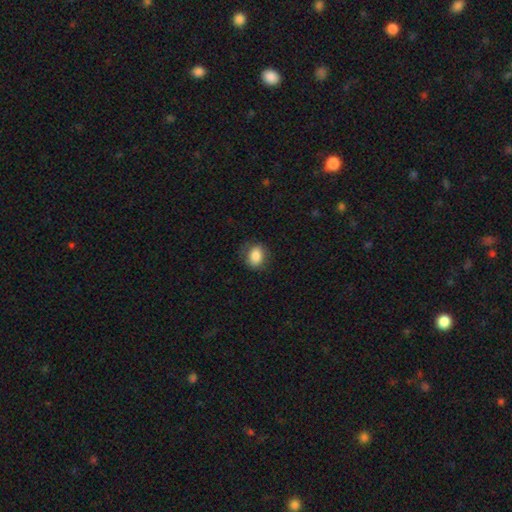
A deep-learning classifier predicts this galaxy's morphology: smooth_or_featured: smooth (p=0.85) [alt: star or artifact p=0.08]
how_rounded: in between (p=0.55) [alt: round p=0.44]
merging: none (p=0.77) [alt: minor disturbance p=0.16]